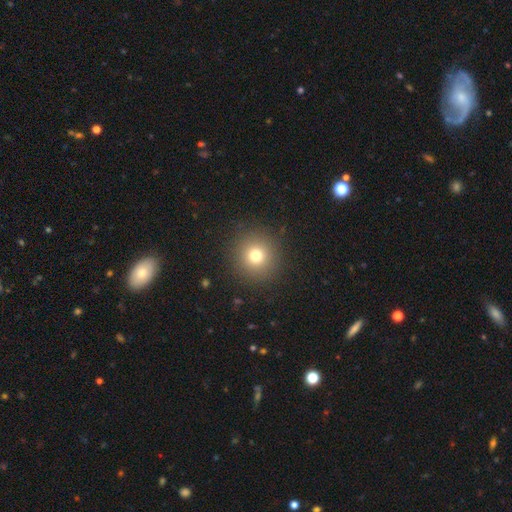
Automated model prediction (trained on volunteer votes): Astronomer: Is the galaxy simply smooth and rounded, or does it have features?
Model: smooth — 75%.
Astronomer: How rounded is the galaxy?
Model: round — 95%.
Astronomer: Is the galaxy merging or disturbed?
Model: none — 90%.